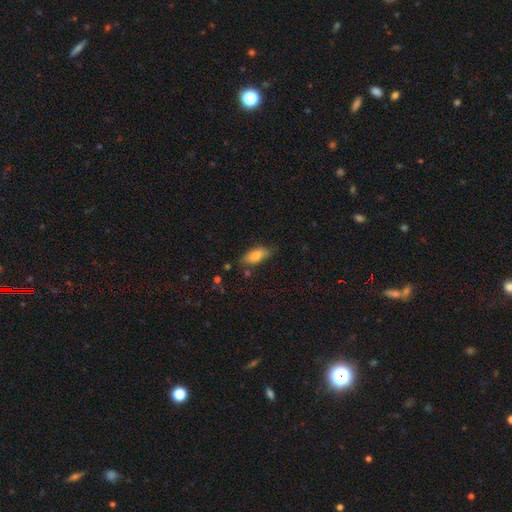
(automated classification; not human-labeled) Smooth or featured? Predicted: smooth (p=0.81). How rounded? Predicted: in between (p=0.80). Merging? Predicted: none (p=0.73).